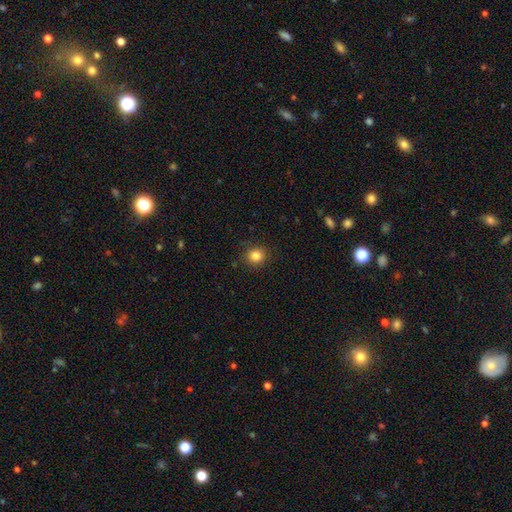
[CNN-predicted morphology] Smooth or featured?
  - smooth: 84% *
  - star or artifact: 11%
  - featured or disk: 5%
How rounded?
  - round: 90% *
  - in between: 9%
  - cigar-shaped: 1%
Merging?
  - none: 90% *
  - minor disturbance: 7%
  - major disturbance: 2%
  - merger: 1%